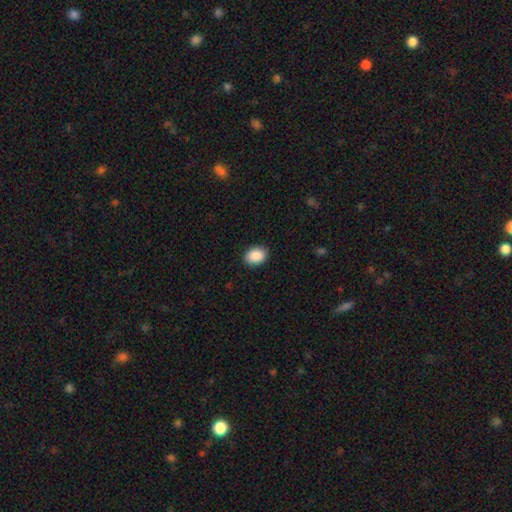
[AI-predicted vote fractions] This is clearly a smooth galaxy (90%). How rounded: likely in between (73%). Merging: clearly none (89%).